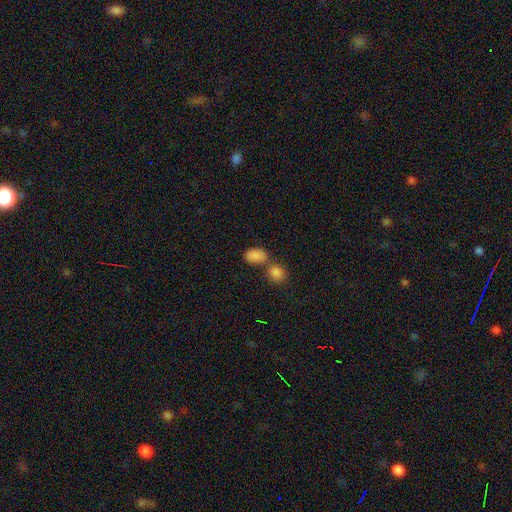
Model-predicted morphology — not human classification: The model was most divided on "merging": none: 47%, merger: 38%, minor disturbance: 11%, major disturbance: 4%. More confident: how rounded — in between (87%); smooth or featured — smooth (86%).